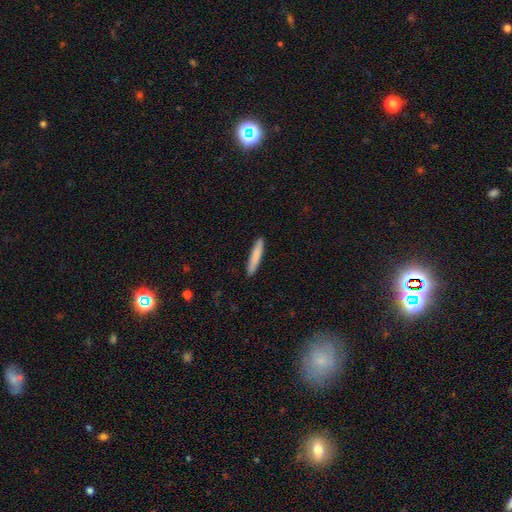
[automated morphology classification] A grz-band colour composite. It shows a smooth galaxy with no disk features (81%) that is cigar-shaped (93%). Merging: none (91%).